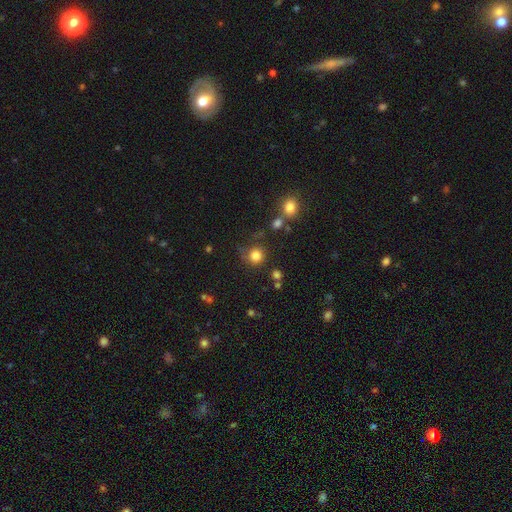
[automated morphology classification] A smooth galaxy with no disk features (82%) that is round (91%). Merging: none (75%).